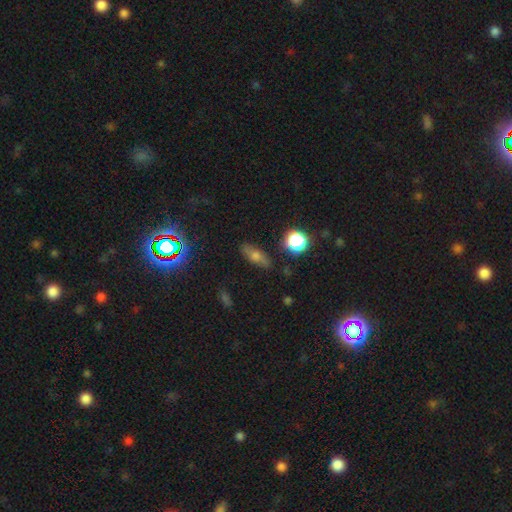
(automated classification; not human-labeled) Smooth or featured?
  - smooth: 62% *
  - featured or disk: 24%
  - star or artifact: 14%
How rounded?
  - in between: 63% *
  - cigar-shaped: 27%
  - round: 10%
Merging?
  - none: 82% *
  - minor disturbance: 13%
  - major disturbance: 3%
  - merger: 2%